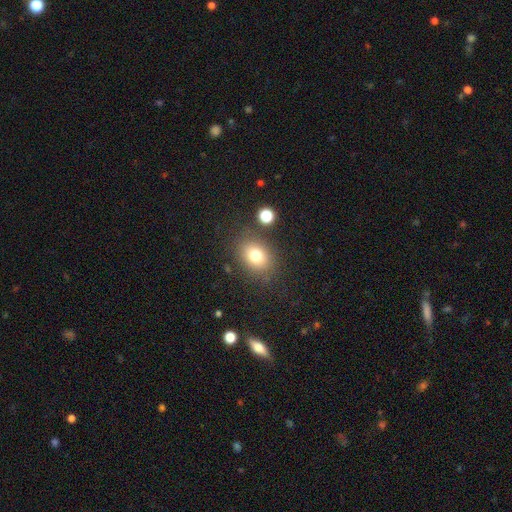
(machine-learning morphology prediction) Q: Smooth or featured?
A: smooth (77%); runner-up: star or artifact (13%)
Q: How rounded?
A: in between (55%); runner-up: round (44%)
Q: Merging?
A: none (81%); runner-up: minor disturbance (11%)